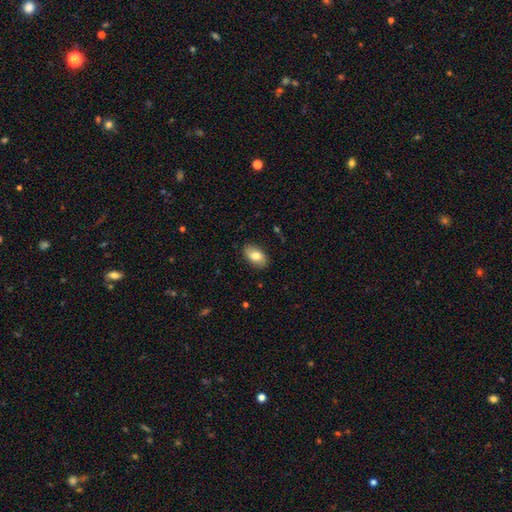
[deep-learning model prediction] This is likely a smooth galaxy (77%). How rounded: clearly in between (91%). Merging: clearly none (86%).